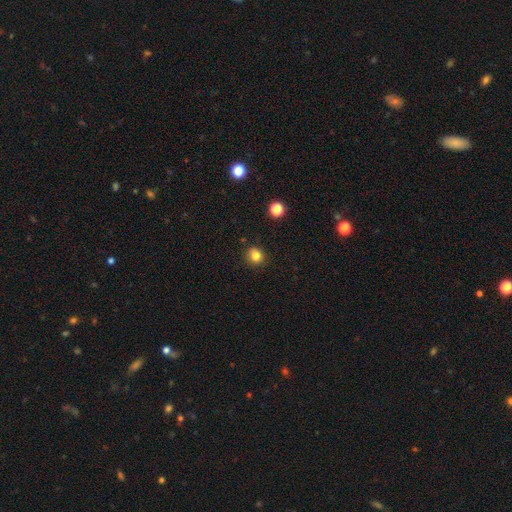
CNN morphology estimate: smooth-or-featured: smooth: 82% | star or artifact: 13% | featured or disk: 6%
  how-rounded: round: 87% | in between: 12% | cigar-shaped: 1%
  merging: none: 87% | minor disturbance: 9% | major disturbance: 2% | merger: 2%